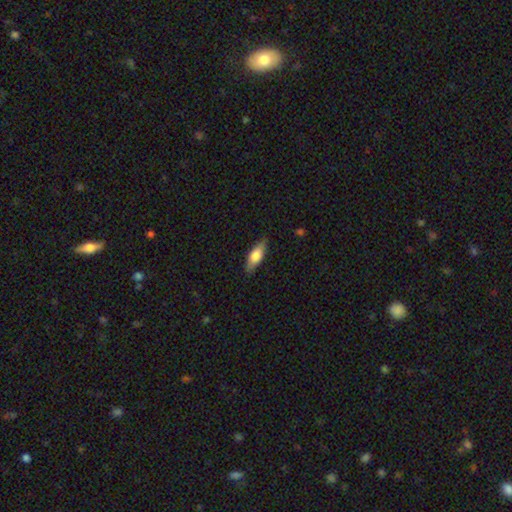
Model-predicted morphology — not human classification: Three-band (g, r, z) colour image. It shows a smooth galaxy with no disk features (70%) that is in between round and cigar-shaped (64%). Merging: none (84%).